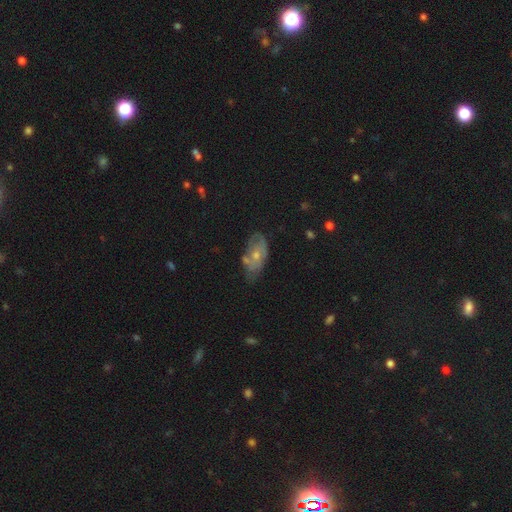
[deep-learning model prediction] smooth-or-featured: featured or disk: 52% | smooth: 39% | star or artifact: 9%
  disk-edge-on: no: 90% | yes: 10%
  merging: none: 48% | minor disturbance: 31% | major disturbance: 12% | merger: 9%